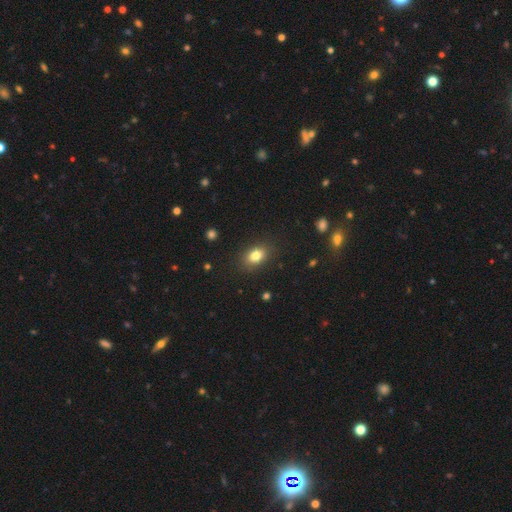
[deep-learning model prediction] The model was most divided on "how rounded": in between: 77%, round: 22%, cigar-shaped: 2%. More confident: merging — none (86%); smooth or featured — smooth (82%).